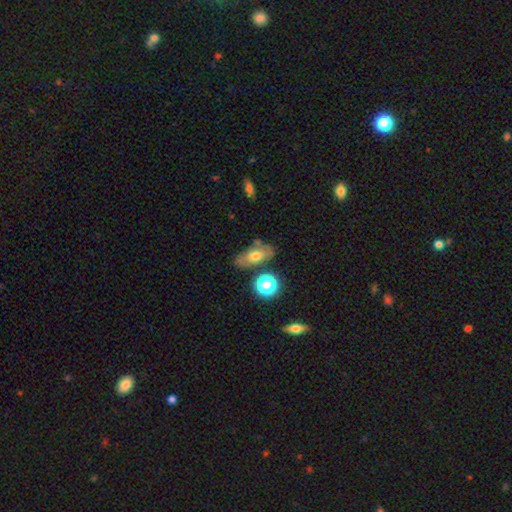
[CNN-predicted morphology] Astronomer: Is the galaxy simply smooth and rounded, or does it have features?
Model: smooth — 53% (runner-up: featured or disk, 36%).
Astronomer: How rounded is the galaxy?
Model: in between — 79%.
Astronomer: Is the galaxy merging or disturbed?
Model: none — 69%.